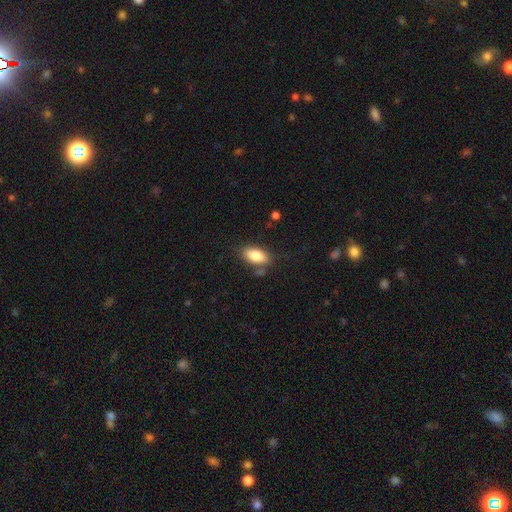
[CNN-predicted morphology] Smooth or featured?
  - smooth: 85% *
  - featured or disk: 8%
  - star or artifact: 7%
How rounded?
  - in between: 90% *
  - cigar-shaped: 7%
  - round: 4%
Merging?
  - none: 75% *
  - minor disturbance: 15%
  - merger: 6%
  - major disturbance: 4%